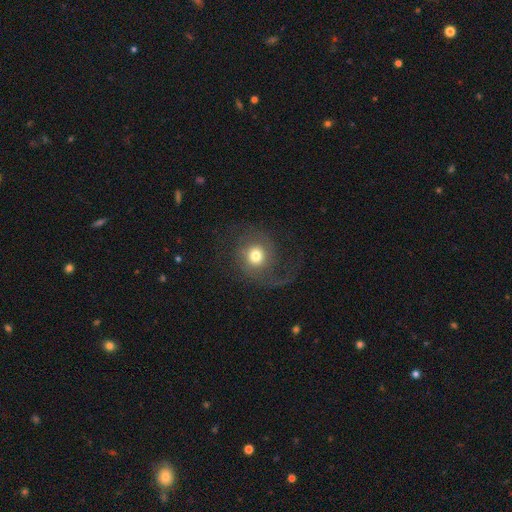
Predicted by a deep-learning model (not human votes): The model was most divided on "smooth or featured": featured or disk: 56%, smooth: 35%, star or artifact: 9%. More confident: edge-on disk — no (97%); spiral arms — yes (85%); bar — no (76%); bulge size — moderate (61%); merging — none (57%).